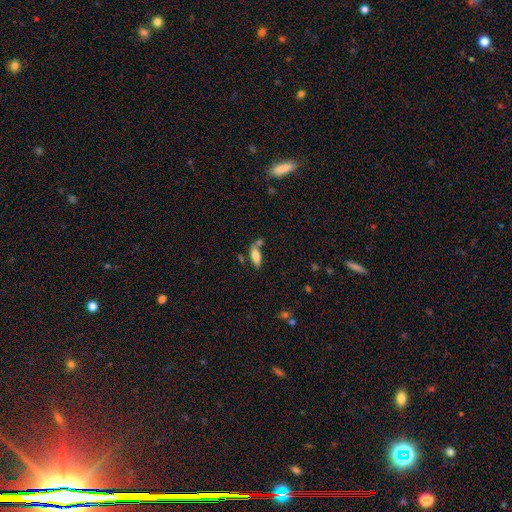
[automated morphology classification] This appears to be a smooth galaxy with no disk features (77%) that is in between round and cigar-shaped (74%). Merging: none (56%).